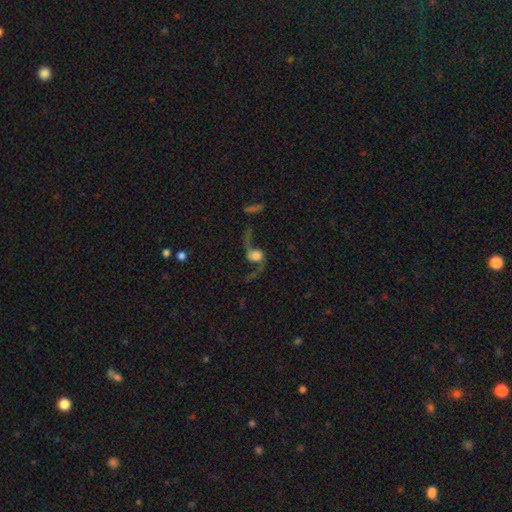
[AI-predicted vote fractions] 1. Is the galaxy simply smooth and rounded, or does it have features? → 79% featured or disk, 12% smooth, 9% star or artifact.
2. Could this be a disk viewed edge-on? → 94% no, 6% yes.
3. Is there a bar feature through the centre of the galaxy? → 63% no, 26% weak, 11% strong.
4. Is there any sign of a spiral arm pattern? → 94% yes, 6% no.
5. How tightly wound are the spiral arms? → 90% loose, 8% medium, 2% tight.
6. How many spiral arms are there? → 91% 2, 4% 1, 1% can't tell, 1% 3, 1% 4, 1% more than 4.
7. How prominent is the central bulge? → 41% large, 22% moderate, 18% dominant, 10% small, 9% none.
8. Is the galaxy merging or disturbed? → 58% none, 22% major disturbance, 13% minor disturbance, 7% merger.